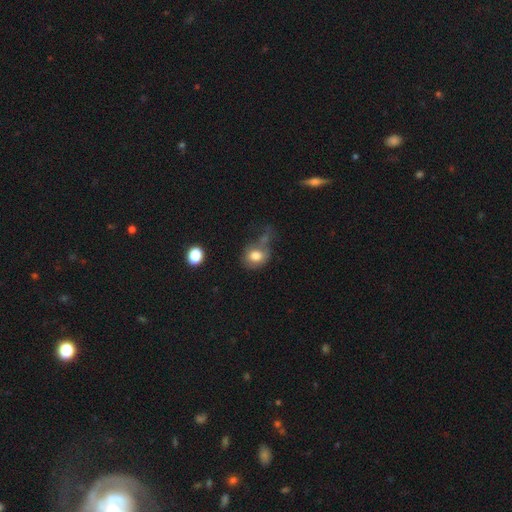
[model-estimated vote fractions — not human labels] smooth_or_featured: smooth (p=0.77) [alt: featured or disk p=0.14]
how_rounded: round (p=0.54) [alt: in between p=0.45]
merging: none (p=0.39) [alt: minor disturbance p=0.24]